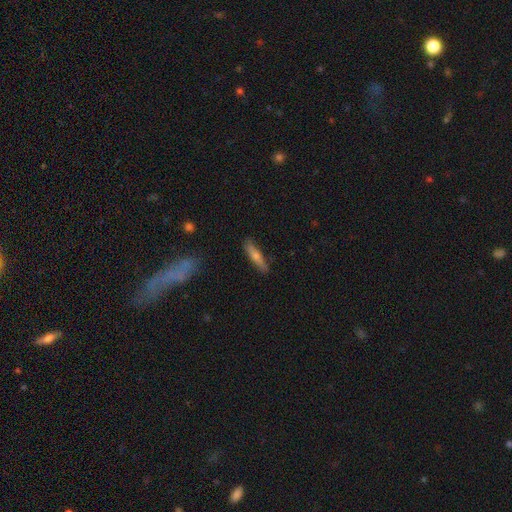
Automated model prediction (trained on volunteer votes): Smooth or featured? Predicted: smooth (p=0.55). How rounded? Predicted: cigar-shaped (p=0.83). Merging? Predicted: none (p=0.85).